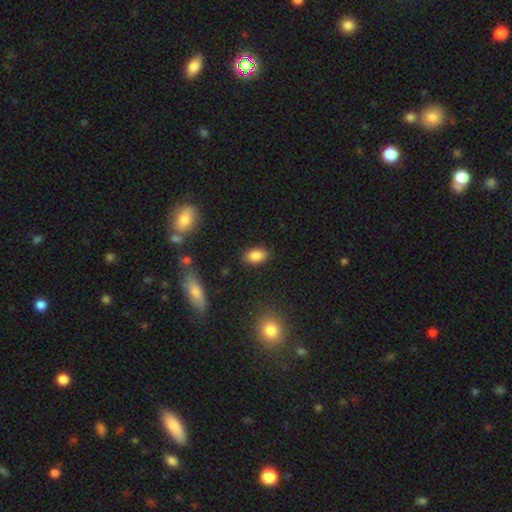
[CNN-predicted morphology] type=smooth (85%); roundness=in between (89%); merging=none (88%).